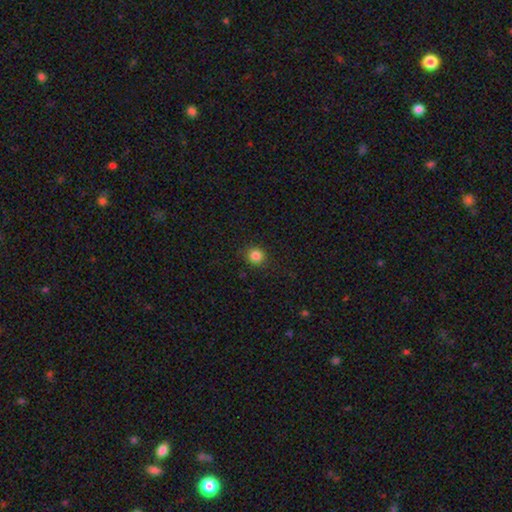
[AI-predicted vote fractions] Smooth or featured?
  - smooth: 84% *
  - star or artifact: 12%
  - featured or disk: 4%
How rounded?
  - round: 90% *
  - in between: 9%
  - cigar-shaped: 1%
Merging?
  - none: 90% *
  - minor disturbance: 7%
  - major disturbance: 2%
  - merger: 1%